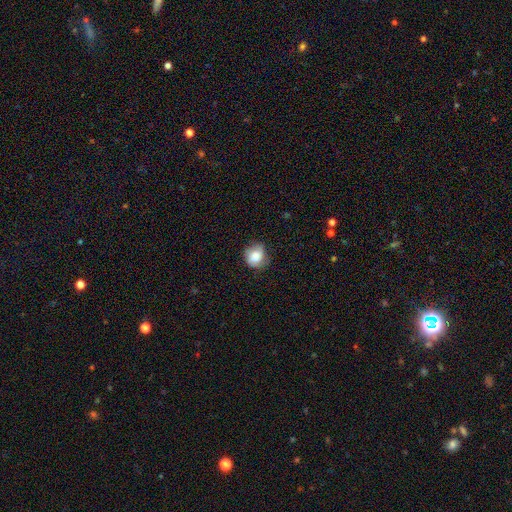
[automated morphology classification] The model was most divided on "merging": none: 66%, minor disturbance: 25%, major disturbance: 8%, merger: 1%. More confident: how rounded — round (77%); smooth or featured — smooth (70%).